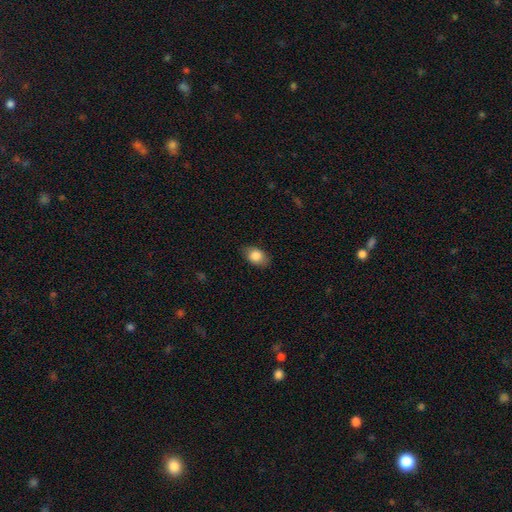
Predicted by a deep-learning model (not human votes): Smooth or featured? smooth (84%)
How rounded? in between (83%)
Merging? none (80%)